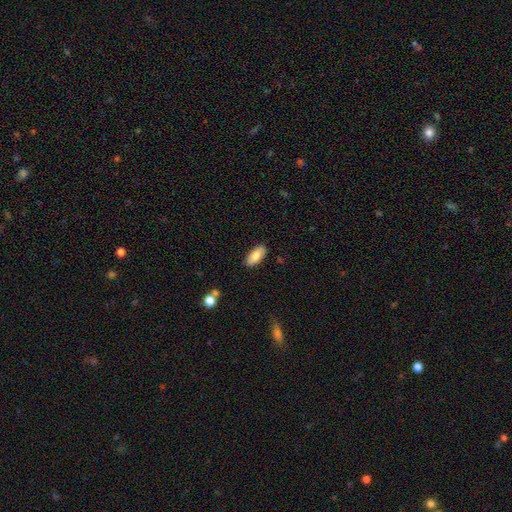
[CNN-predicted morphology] A smooth galaxy with no disk features (82%) that is in between round and cigar-shaped (89%).

Vote fractions:
- Smooth or featured? smooth: 82% / featured or disk: 12% / star or artifact: 6%
- How rounded? in between: 89% / cigar-shaped: 9% / round: 2%
- Merging? none: 86% / minor disturbance: 11% / major disturbance: 2% / merger: 1%